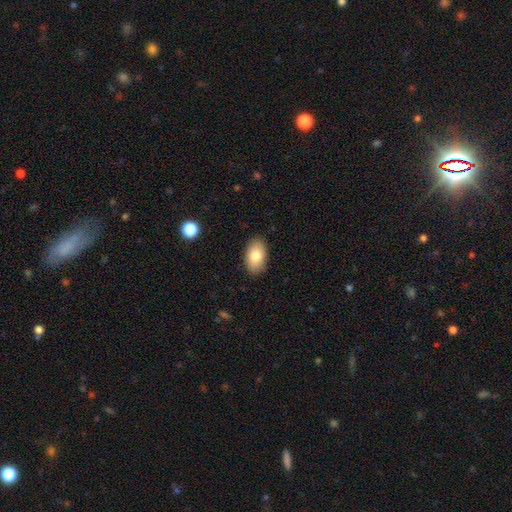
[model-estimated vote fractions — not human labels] Q: Smooth or featured?
A: smooth (81%); runner-up: featured or disk (12%)
Q: How rounded?
A: in between (93%); runner-up: round (6%)
Q: Merging?
A: none (88%); runner-up: minor disturbance (9%)